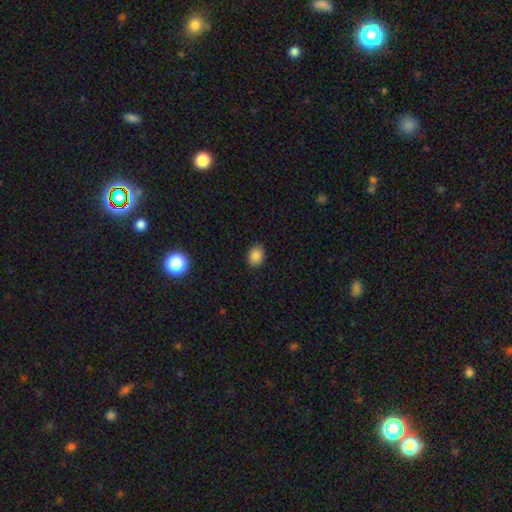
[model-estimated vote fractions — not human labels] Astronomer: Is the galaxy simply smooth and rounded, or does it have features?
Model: smooth — 86%.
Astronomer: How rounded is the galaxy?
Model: in between — 62%.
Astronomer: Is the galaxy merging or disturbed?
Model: none — 87%.